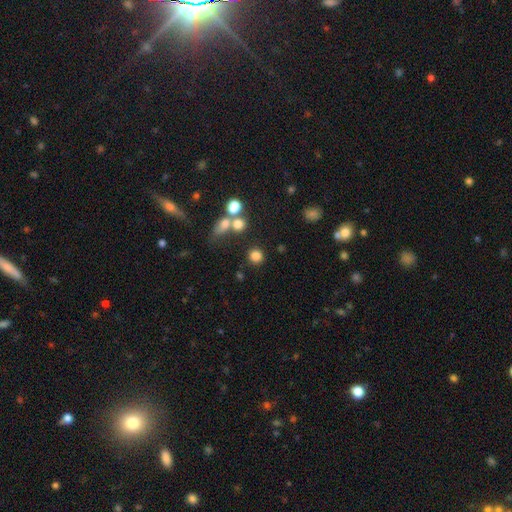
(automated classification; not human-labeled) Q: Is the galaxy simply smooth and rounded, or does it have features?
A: smooth — 79%.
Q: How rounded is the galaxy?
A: round — 89%.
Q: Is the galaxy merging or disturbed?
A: none — 75%.